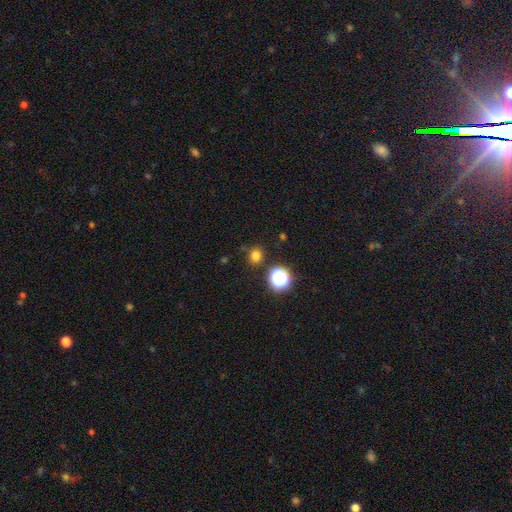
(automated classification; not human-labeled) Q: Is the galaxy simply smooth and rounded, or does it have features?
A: smooth — 75%.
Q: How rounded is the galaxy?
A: round — 85%.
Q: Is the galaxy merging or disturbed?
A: none — 82%.